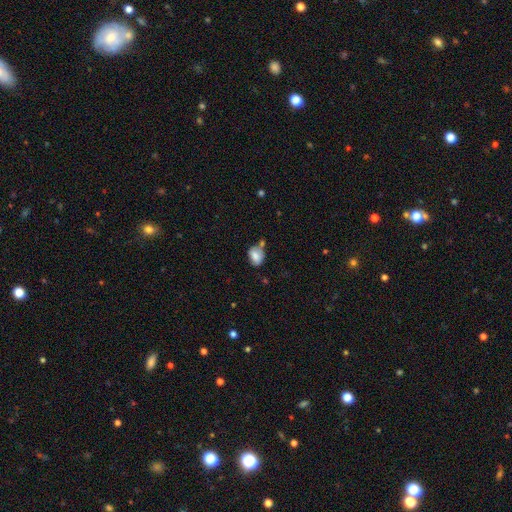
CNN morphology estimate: smooth 78%, featured or disk 14%, star or artifact 9%. Down the decision tree: how rounded — in between (67%); merging — none (50%).